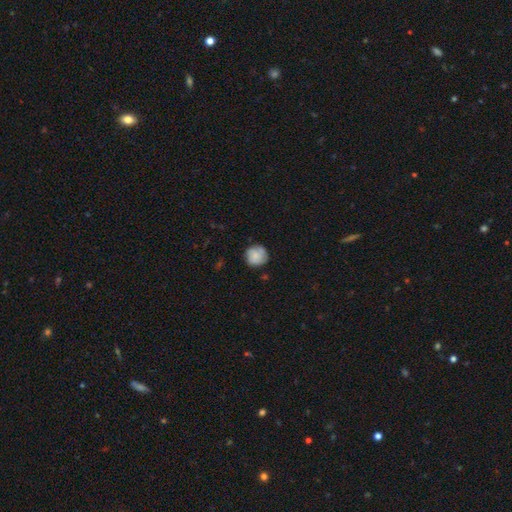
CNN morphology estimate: type=smooth (73%); roundness=round (91%); merging=none (78%).